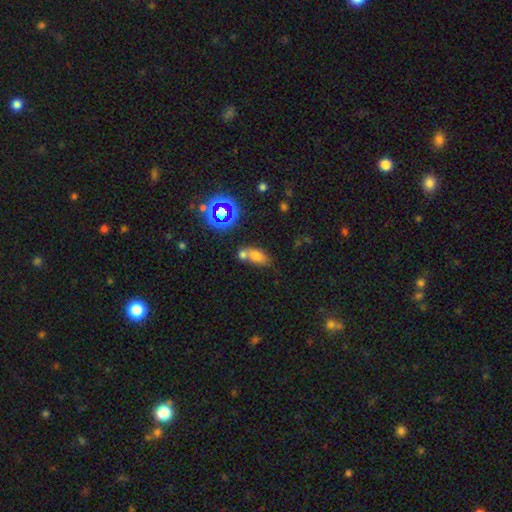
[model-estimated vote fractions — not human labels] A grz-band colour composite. It shows a smooth galaxy with no disk features (65%) that is in between round and cigar-shaped (78%). Merging: merger (49%).